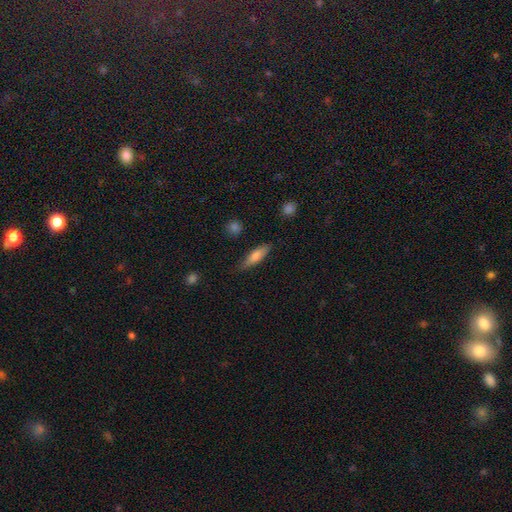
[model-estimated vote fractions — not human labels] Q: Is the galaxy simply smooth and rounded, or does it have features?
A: smooth — 73%.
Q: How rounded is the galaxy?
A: cigar-shaped — 64%.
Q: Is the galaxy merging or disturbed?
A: none — 78%.